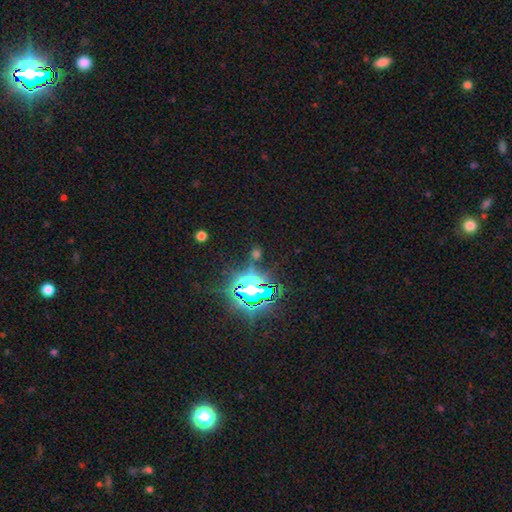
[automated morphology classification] Smooth or featured: star or artifact — 76% (smooth — 14%)